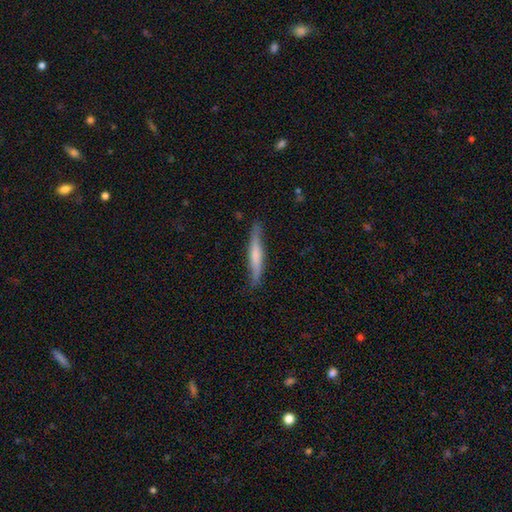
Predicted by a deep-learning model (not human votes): Morphology: type=smooth (56%); roundness=cigar-shaped (92%); merging=none (78%).